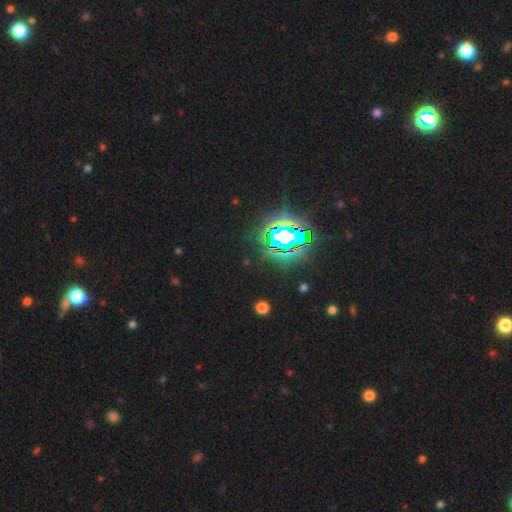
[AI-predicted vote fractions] This appears to be a star or artifact, not a galaxy (84%).